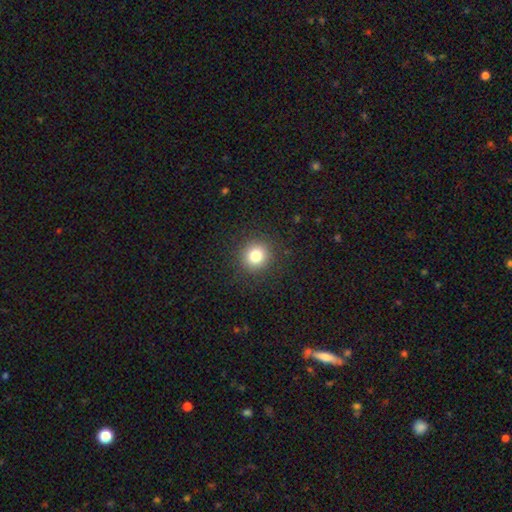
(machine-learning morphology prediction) Smooth or featured: smooth — 81% (star or artifact — 12%)
How rounded: round — 90% (in between — 9%)
Merging: none — 90% (minor disturbance — 6%)